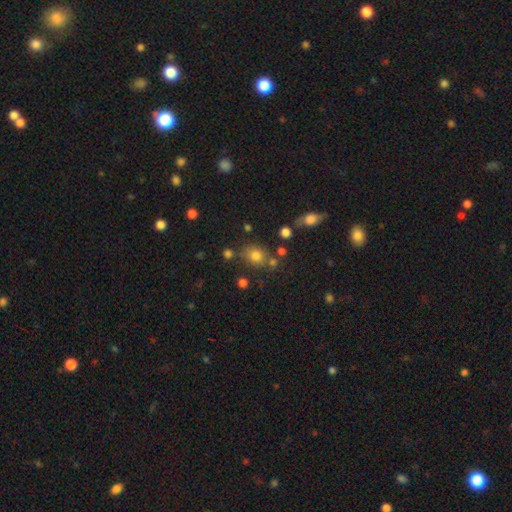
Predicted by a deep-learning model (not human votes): A smooth galaxy with no disk features (77%) that is round (66%). Merging: none (70%).